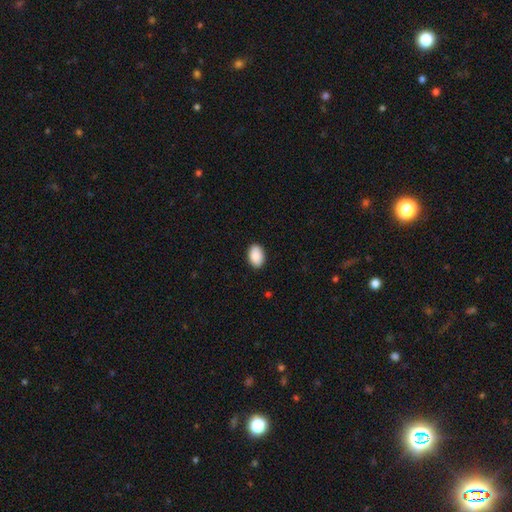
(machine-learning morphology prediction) A smooth galaxy with no disk features (90%) that is in between round and cigar-shaped (88%).

Vote fractions:
- Smooth or featured? smooth: 90% / star or artifact: 6% / featured or disk: 3%
- How rounded? in between: 88% / round: 10% / cigar-shaped: 1%
- Merging? none: 90% / minor disturbance: 8% / major disturbance: 2% / merger: 1%